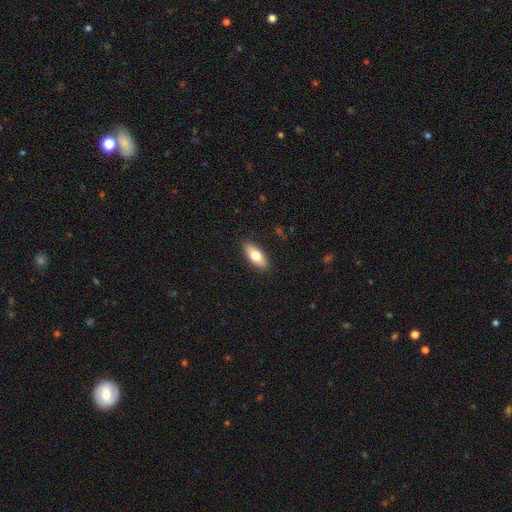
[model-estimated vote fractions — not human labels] This appears to be a smooth galaxy with no disk features (74%) that is in between round and cigar-shaped (79%). Merging: none (89%).